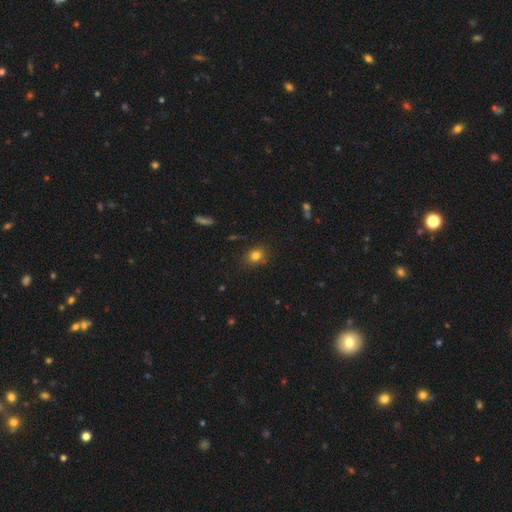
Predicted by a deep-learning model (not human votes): smooth_or_featured: smooth (p=0.80) [alt: star or artifact p=0.13]
how_rounded: round (p=0.54) [alt: in between p=0.45]
merging: none (p=0.82) [alt: minor disturbance p=0.14]